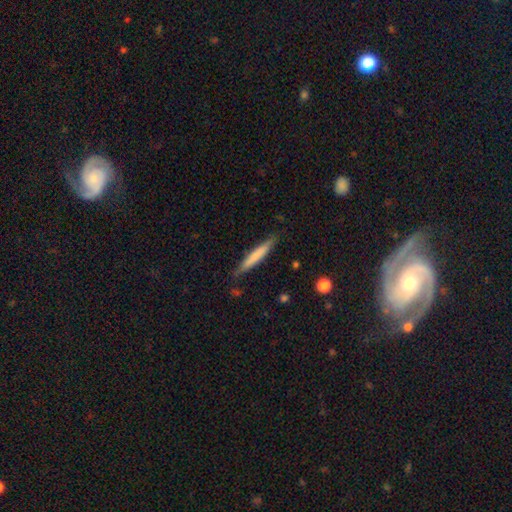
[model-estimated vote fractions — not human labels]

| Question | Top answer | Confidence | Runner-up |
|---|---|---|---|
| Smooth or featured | smooth | 67% | featured or disk (27%) |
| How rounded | cigar-shaped | 95% | in between (4%) |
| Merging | none | 84% | minor disturbance (13%) |